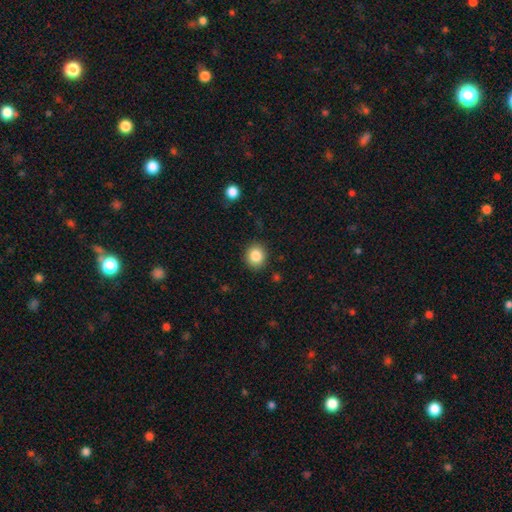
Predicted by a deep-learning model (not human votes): Q: Smooth or featured?
A: smooth (85%); runner-up: star or artifact (10%)
Q: How rounded?
A: round (81%); runner-up: in between (18%)
Q: Merging?
A: none (89%); runner-up: minor disturbance (7%)